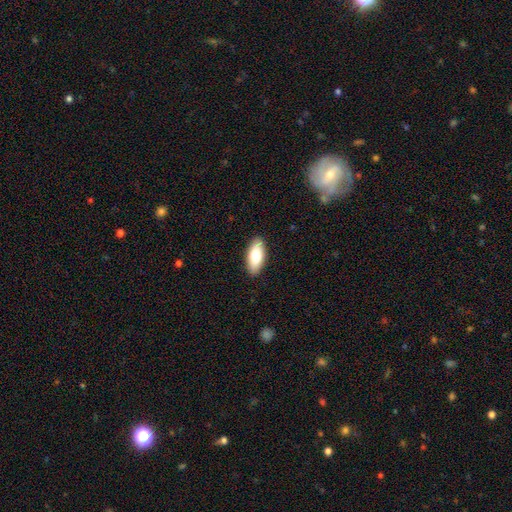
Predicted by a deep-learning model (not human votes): smooth-or-featured: smooth: 76% | featured or disk: 18% | star or artifact: 6%
  how-rounded: in between: 84% | cigar-shaped: 14% | round: 2%
  merging: none: 89% | minor disturbance: 8% | major disturbance: 2% | merger: 1%